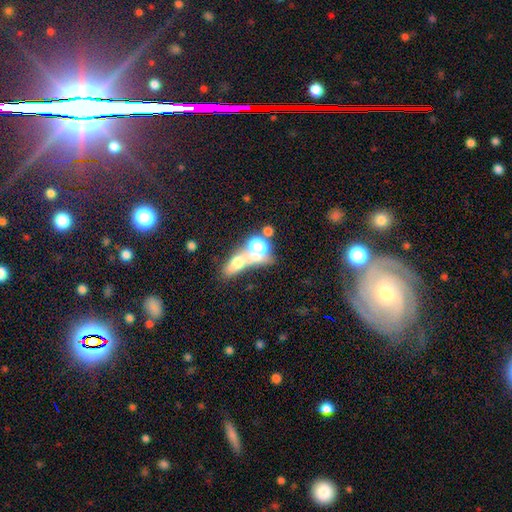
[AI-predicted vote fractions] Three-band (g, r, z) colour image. It shows a smooth galaxy with no disk features (52%) that is in between round and cigar-shaped (51%). Merging: merger (55%).